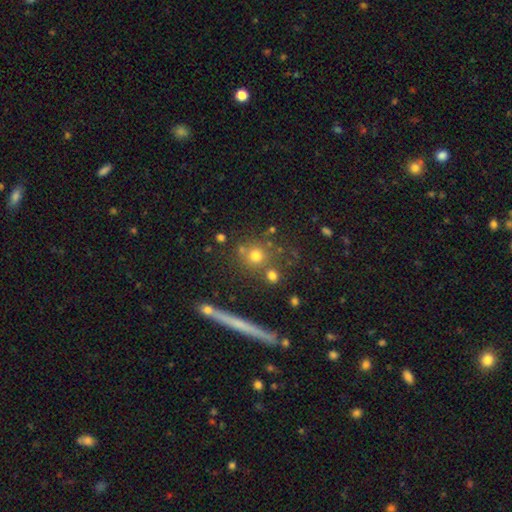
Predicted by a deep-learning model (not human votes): Smooth or featured? smooth (66%)
How rounded? round (87%)
Merging? none (72%)